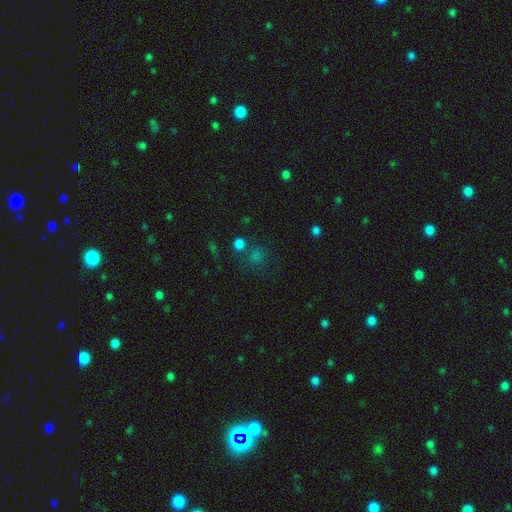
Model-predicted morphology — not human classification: This appears to be a smooth galaxy with no disk features (53%) that is round (85%). Merging: none (70%).